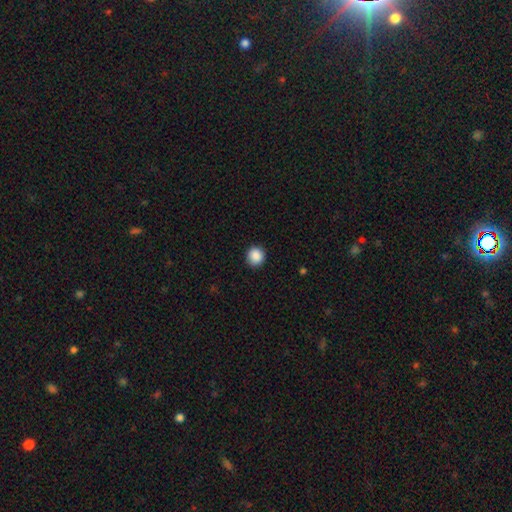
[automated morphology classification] Smooth or featured: smooth — 89% (star or artifact — 9%)
How rounded: round — 90% (in between — 9%)
Merging: none — 90% (minor disturbance — 7%)